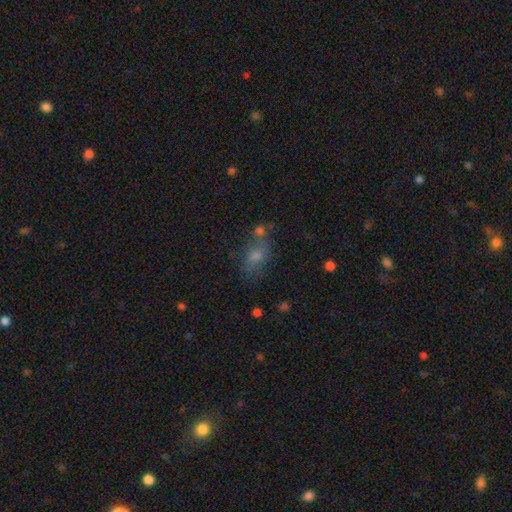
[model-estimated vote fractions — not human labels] Q: Smooth or featured?
A: smooth (52%); runner-up: star or artifact (24%)
Q: How rounded?
A: in between (71%); runner-up: round (25%)
Q: Merging?
A: none (57%); runner-up: minor disturbance (18%)